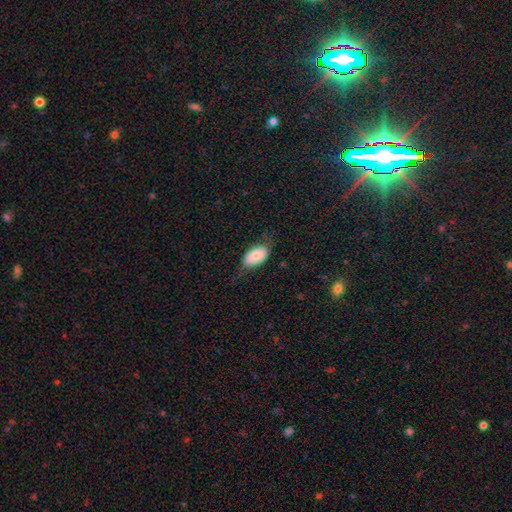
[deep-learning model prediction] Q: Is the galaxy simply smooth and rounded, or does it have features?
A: smooth — 75%.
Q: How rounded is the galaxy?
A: in between — 94%.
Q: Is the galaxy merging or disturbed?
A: none — 60%.